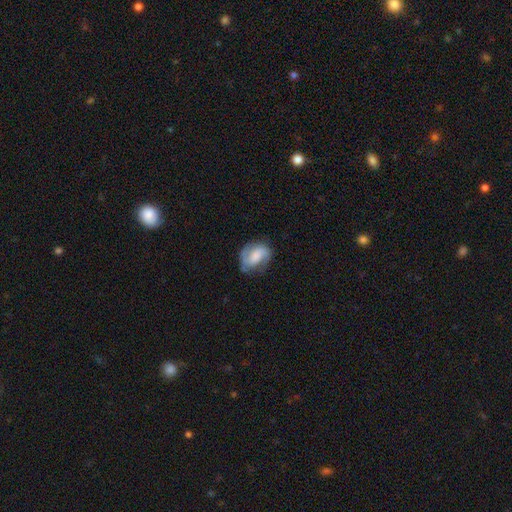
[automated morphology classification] smooth-or-featured: featured or disk: 58% | smooth: 34% | star or artifact: 8%
  disk-edge-on: no: 97% | yes: 3%
    bar: no: 44% | weak: 40% | strong: 16%
    has-spiral-arms: yes: 87% | no: 13%
    bulge-size: large: 28% | moderate: 25% | none: 25% | small: 18% | dominant: 4%
  merging: none: 65% | minor disturbance: 23% | major disturbance: 10% | merger: 2%